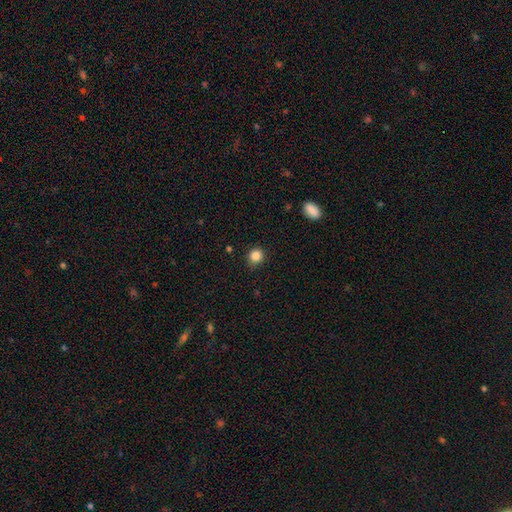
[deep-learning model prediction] Smooth or featured?
  - smooth: 85% *
  - star or artifact: 11%
  - featured or disk: 4%
How rounded?
  - round: 85% *
  - in between: 14%
  - cigar-shaped: 1%
Merging?
  - none: 87% *
  - minor disturbance: 10%
  - major disturbance: 2%
  - merger: 1%